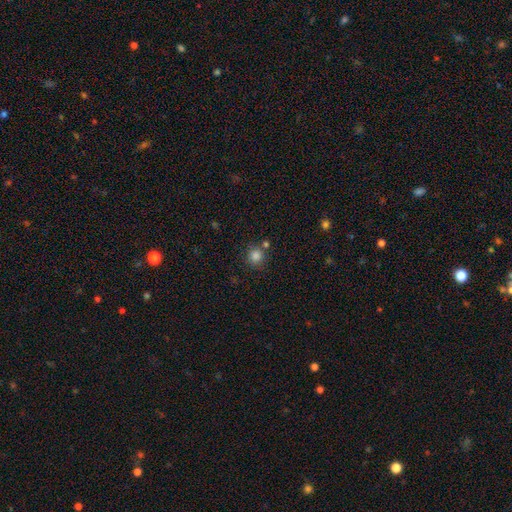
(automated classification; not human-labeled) smooth 84%, star or artifact 12%, featured or disk 5%. Down the decision tree: how rounded — round (91%); merging — none (75%).